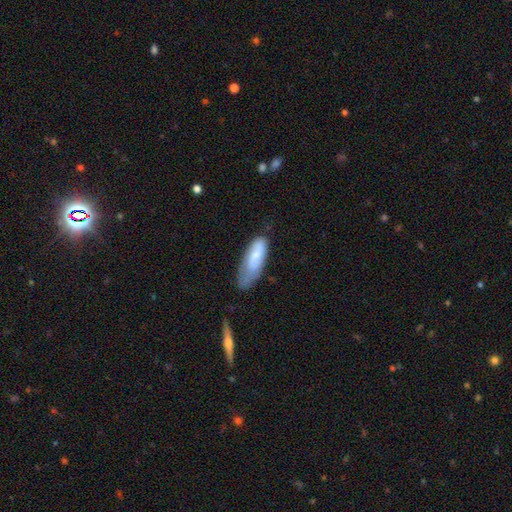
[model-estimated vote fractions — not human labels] Overall: smooth (68%). How rounded: in between (66%; cigar-shaped 32%). Merging: minor disturbance (39%; none 37%).